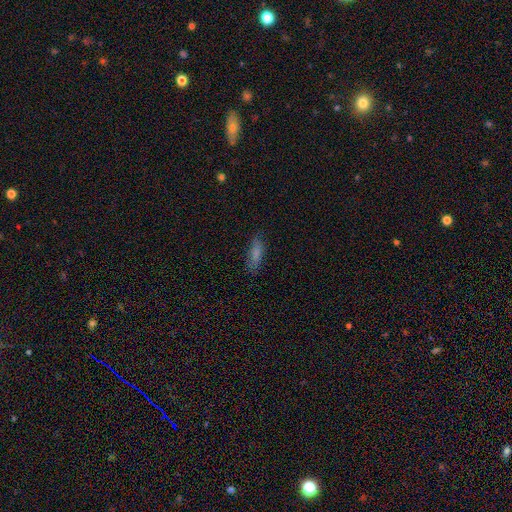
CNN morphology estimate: type=smooth (64%); roundness=cigar-shaped (52%); merging=none (82%).